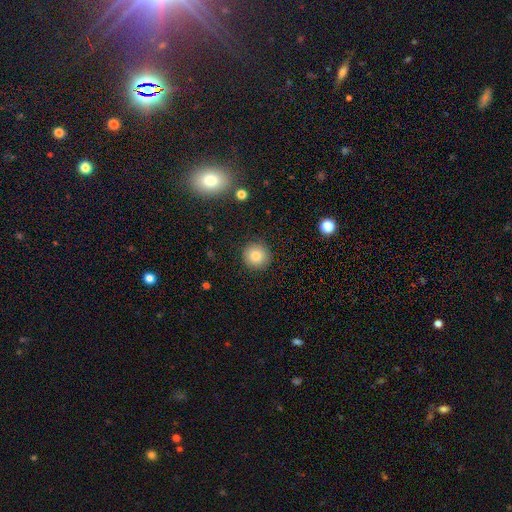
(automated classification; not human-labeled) This appears to be a smooth galaxy with no disk features (82%) that is round (94%). Merging: none (91%).